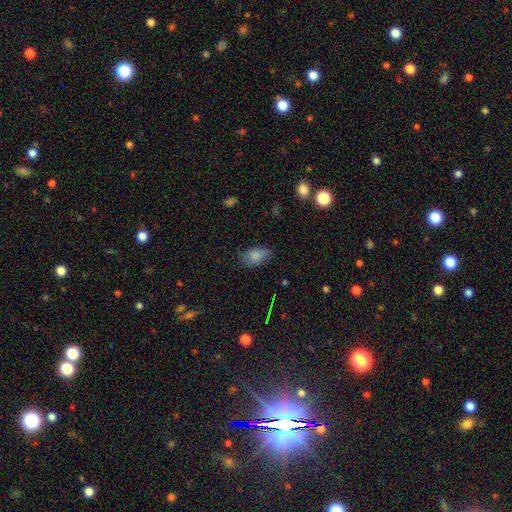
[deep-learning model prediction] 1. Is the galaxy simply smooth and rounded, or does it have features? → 82% smooth, 10% star or artifact, 8% featured or disk.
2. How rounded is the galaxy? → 90% in between, 8% round, 3% cigar-shaped.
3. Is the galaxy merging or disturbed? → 70% none, 24% minor disturbance, 5% major disturbance, 1% merger.